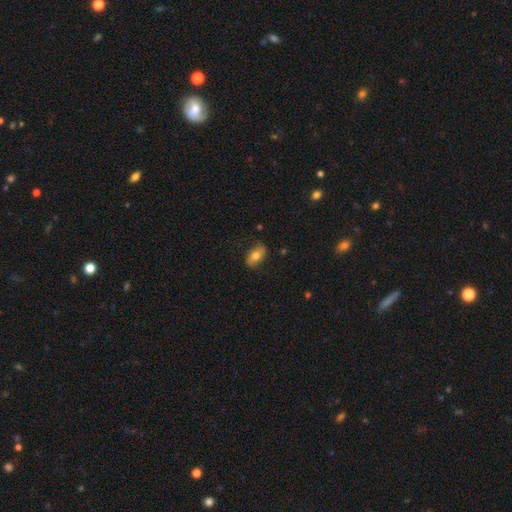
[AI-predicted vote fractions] Overall: smooth (58%; featured or disk 35%). How rounded: in between (87%). Merging: none (76%).